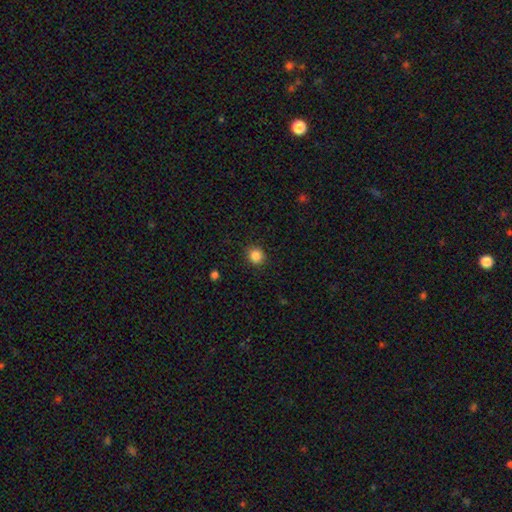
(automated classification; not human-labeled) smooth_or_featured: smooth (p=0.85) [alt: star or artifact p=0.11]
how_rounded: round (p=0.87) [alt: in between p=0.12]
merging: none (p=0.90) [alt: minor disturbance p=0.07]